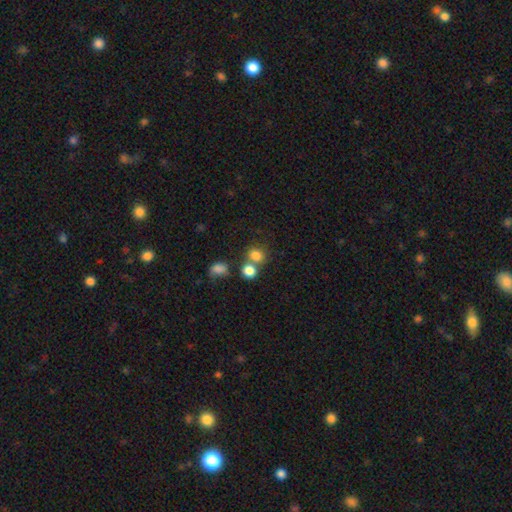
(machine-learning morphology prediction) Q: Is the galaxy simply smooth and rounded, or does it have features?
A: smooth — 80%.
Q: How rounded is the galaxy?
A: round — 68%.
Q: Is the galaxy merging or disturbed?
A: none — 49%.